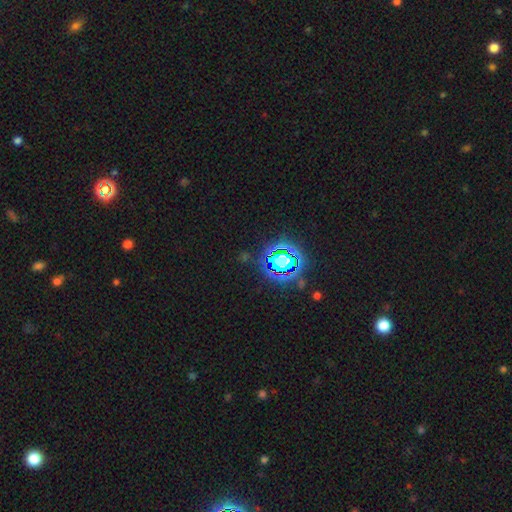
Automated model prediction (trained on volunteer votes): Q: Smooth or featured?
A: star or artifact (81%); runner-up: smooth (12%)